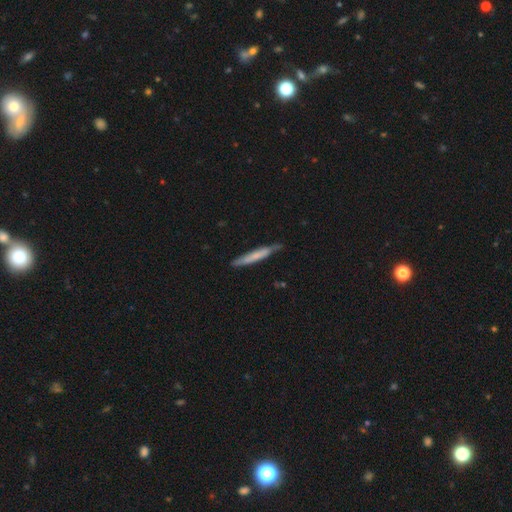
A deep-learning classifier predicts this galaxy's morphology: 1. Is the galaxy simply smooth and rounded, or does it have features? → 59% smooth, 36% featured or disk, 6% star or artifact.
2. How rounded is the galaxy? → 95% cigar-shaped, 4% in between, 1% round.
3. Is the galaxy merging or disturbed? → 77% none, 19% minor disturbance, 3% major disturbance, 2% merger.